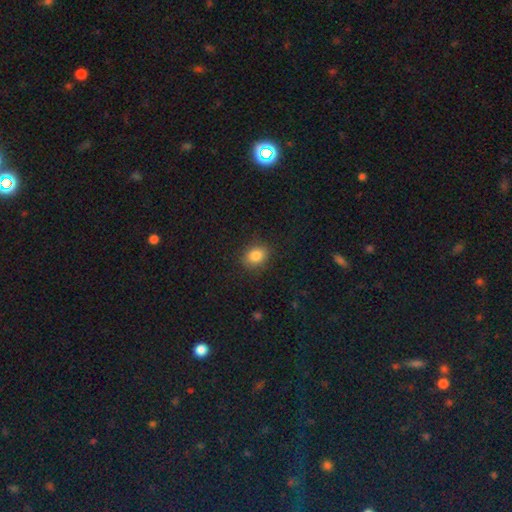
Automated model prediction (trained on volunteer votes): Smooth or featured?
  - smooth: 84% *
  - star or artifact: 10%
  - featured or disk: 6%
How rounded?
  - in between: 57% *
  - round: 42%
  - cigar-shaped: 1%
Merging?
  - none: 86% *
  - minor disturbance: 10%
  - major disturbance: 3%
  - merger: 1%